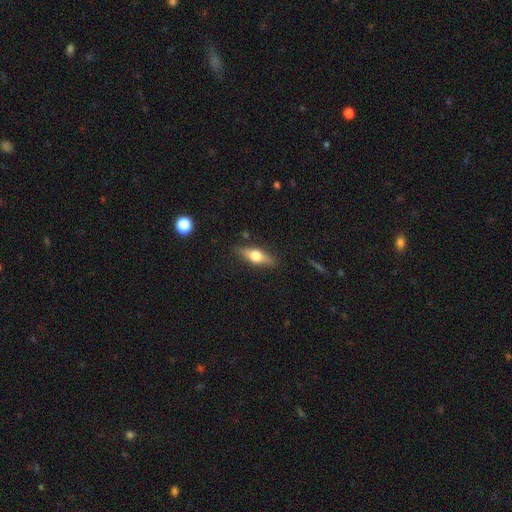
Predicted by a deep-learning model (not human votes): smooth 47%, featured or disk 46%, star or artifact 7%. Down the decision tree: merging — none (84%).